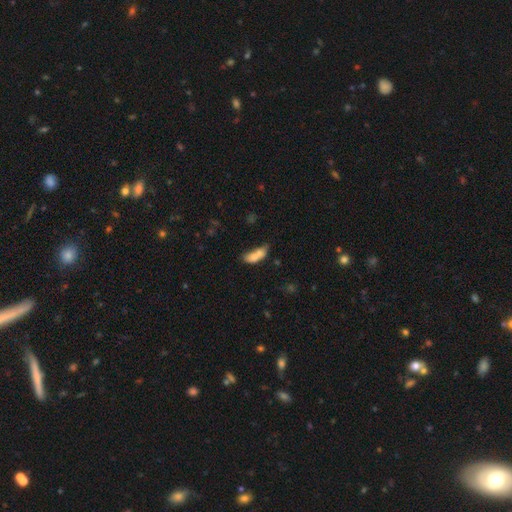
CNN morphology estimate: This is likely a smooth galaxy (72%). How rounded: likely in between (76%). Merging: possibly merger (46%).